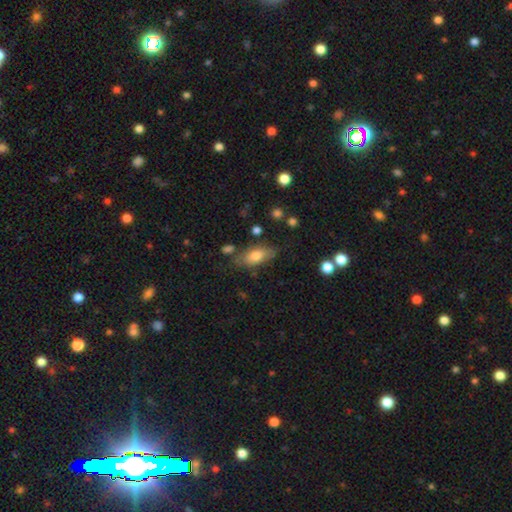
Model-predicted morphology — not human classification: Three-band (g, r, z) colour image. It shows a smooth galaxy with no disk features (74%) that is in between round and cigar-shaped (86%). Merging: none (69%).